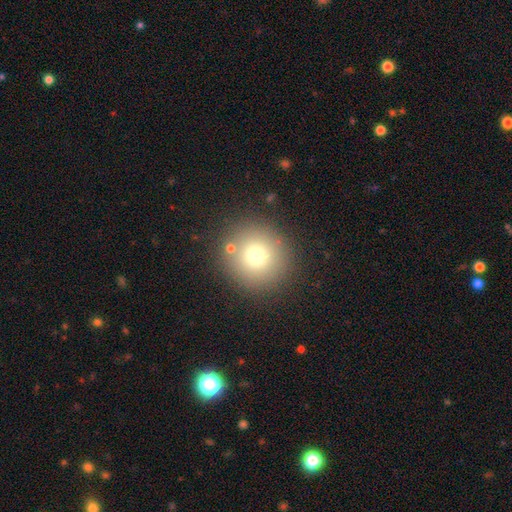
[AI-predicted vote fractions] A smooth galaxy with no disk features (73%) that is round (94%).

Vote fractions:
- Smooth or featured? smooth: 73% / star or artifact: 15% / featured or disk: 11%
- How rounded? round: 94% / in between: 5% / cigar-shaped: 1%
- Merging? none: 85% / minor disturbance: 7% / merger: 5% / major disturbance: 3%